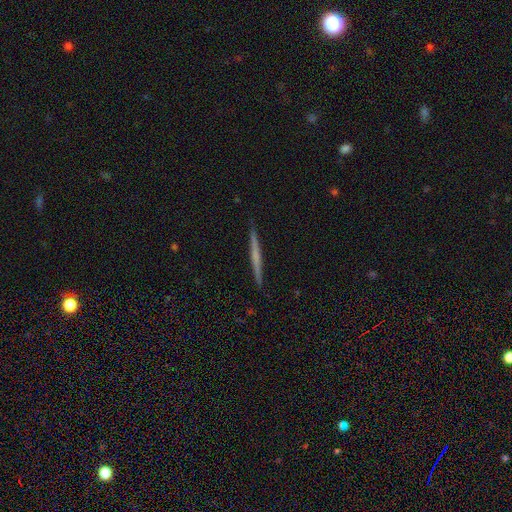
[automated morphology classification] The model was most divided on "smooth or featured": featured or disk: 57%, smooth: 38%, star or artifact: 5%. More confident: edge-on disk — yes (98%); merging — none (92%); edge-on bulge — none (76%).